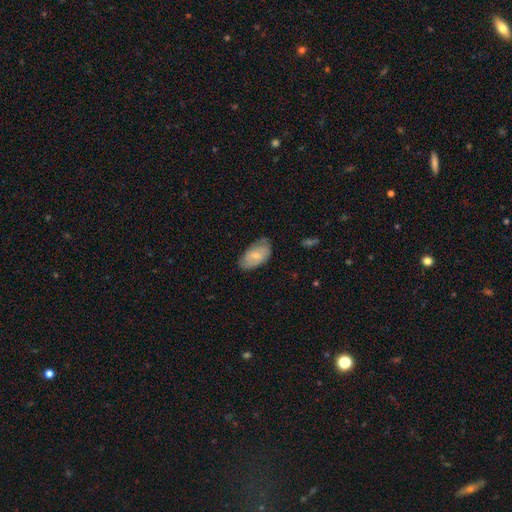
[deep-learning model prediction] A smooth galaxy with no disk features (65%) that is in between round and cigar-shaped (94%). Merging: none (68%).